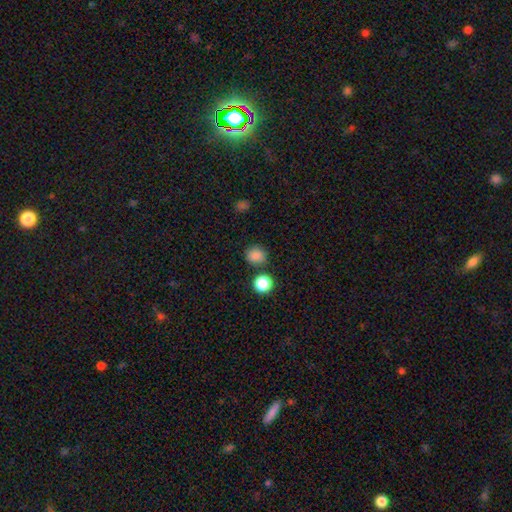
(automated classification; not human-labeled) Overall: smooth (84%). How rounded: round (83%). Merging: none (81%).